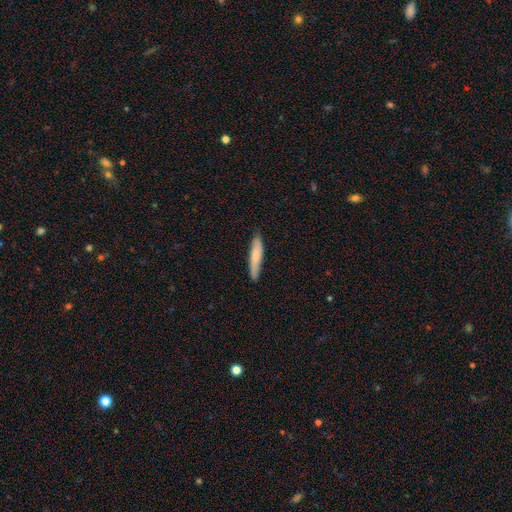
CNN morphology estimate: The model was most divided on "smooth or featured": smooth: 72%, featured or disk: 23%, star or artifact: 5%. More confident: how rounded — cigar-shaped (88%); merging — none (85%).